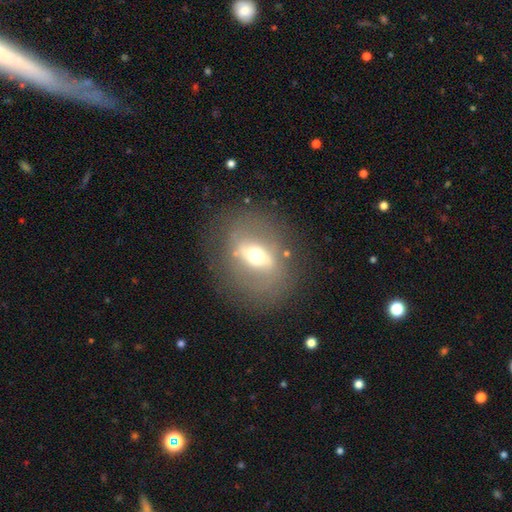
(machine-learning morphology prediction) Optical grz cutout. It shows a featured or disk galaxy (58%). Merging: none (75%).